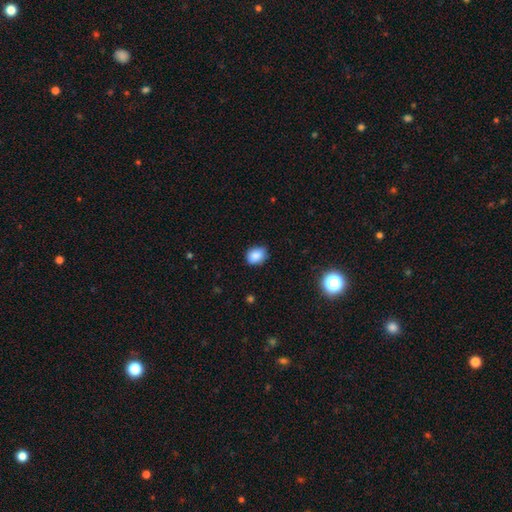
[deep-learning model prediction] A smooth galaxy with no disk features (85%) that is in between round and cigar-shaped (51%).

Vote fractions:
- Smooth or featured? smooth: 85% / star or artifact: 9% / featured or disk: 5%
- How rounded? in between: 51% / round: 48% / cigar-shaped: 1%
- Merging? none: 79% / minor disturbance: 17% / major disturbance: 3% / merger: 1%